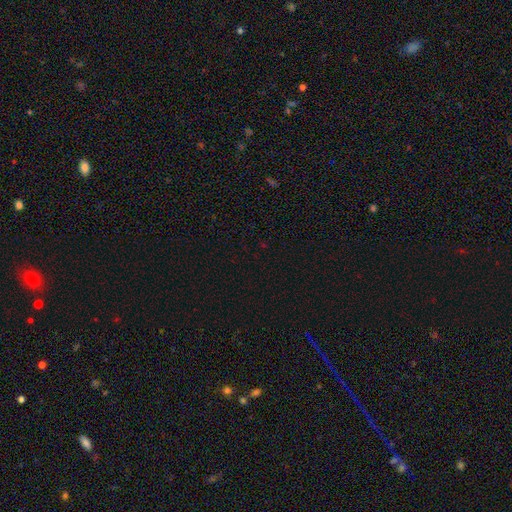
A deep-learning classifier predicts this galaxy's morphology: smooth-or-featured: star or artifact: 70% | smooth: 24% | featured or disk: 7%